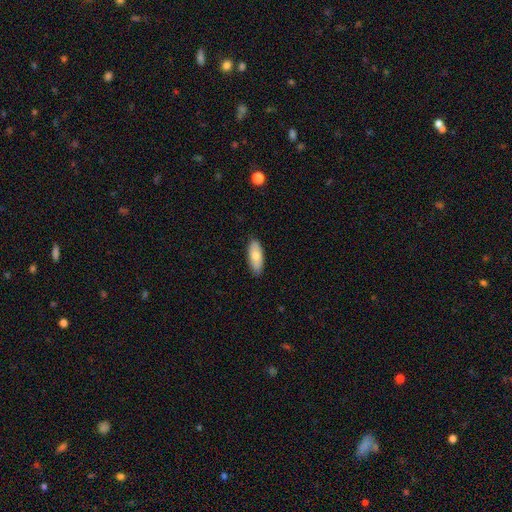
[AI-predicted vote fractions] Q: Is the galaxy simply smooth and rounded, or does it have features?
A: smooth — 77%.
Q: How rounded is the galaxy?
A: in between — 80%.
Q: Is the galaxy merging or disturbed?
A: none — 87%.